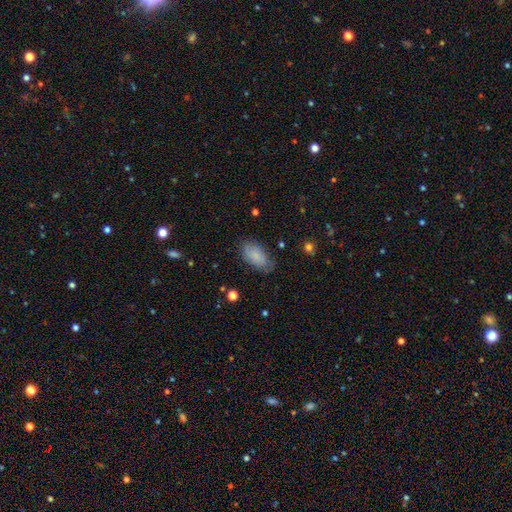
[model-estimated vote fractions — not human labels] Smooth or featured? smooth (78%)
How rounded? in between (93%)
Merging? none (71%)